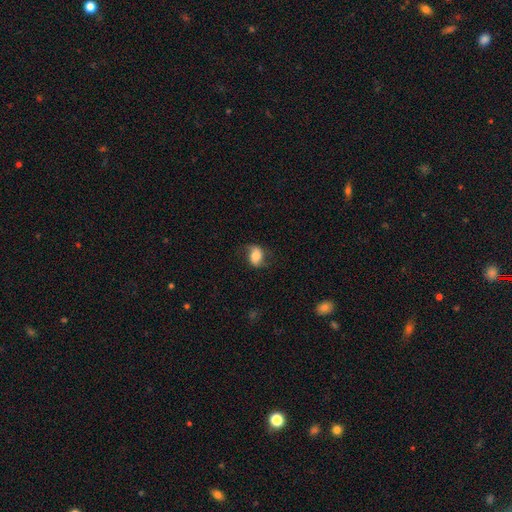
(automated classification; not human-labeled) This is likely a smooth galaxy (61%). How rounded: likely in between (69%). Merging: likely none (69%).